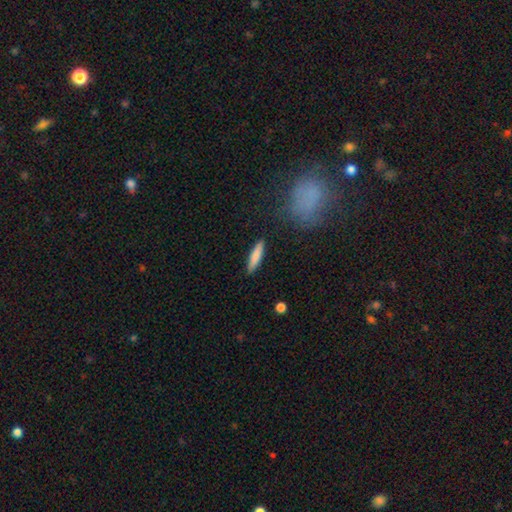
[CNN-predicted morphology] Smooth or featured: smooth — 82% (featured or disk — 12%)
How rounded: cigar-shaped — 80% (in between — 19%)
Merging: none — 89% (minor disturbance — 8%)